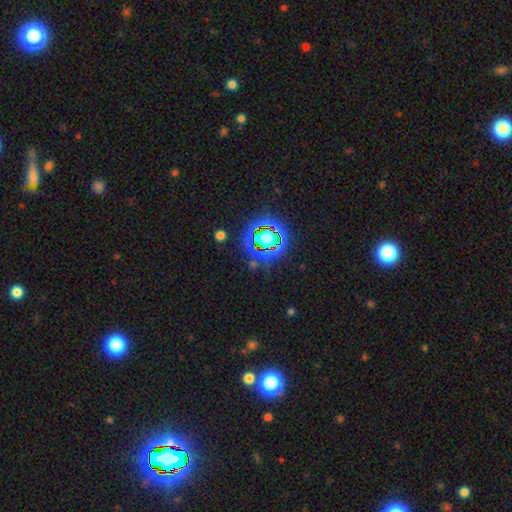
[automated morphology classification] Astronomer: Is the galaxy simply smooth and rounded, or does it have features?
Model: star or artifact — 80%.